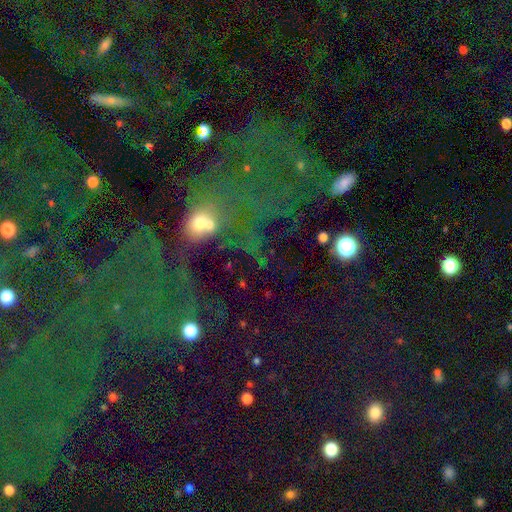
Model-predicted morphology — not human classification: The model was most divided on "smooth or featured": star or artifact: 50%, smooth: 26%, featured or disk: 24%.